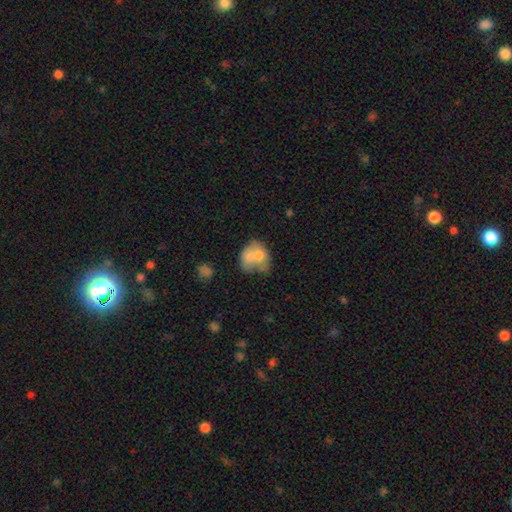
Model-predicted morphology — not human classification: smooth 66%, featured or disk 26%, star or artifact 8%. Down the decision tree: how rounded — in between (51%); merging — merger (54%).